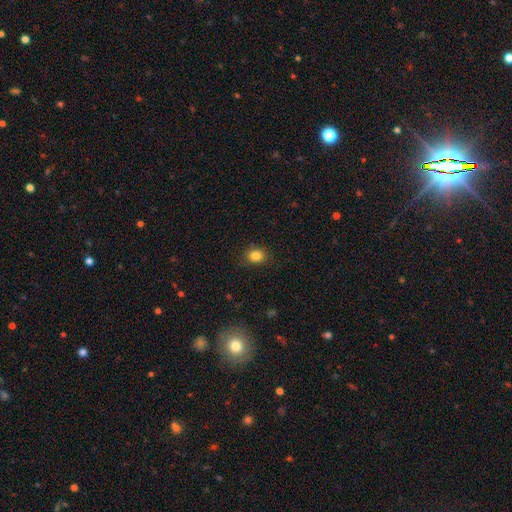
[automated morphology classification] This appears to be a smooth galaxy with no disk features (83%) that is round (59%). Merging: none (85%).